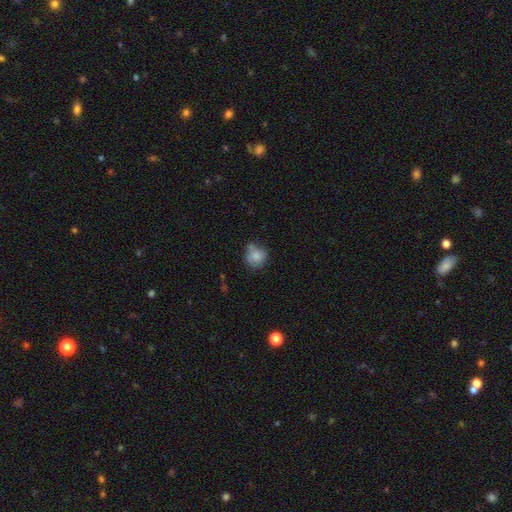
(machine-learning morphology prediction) The model was most divided on "merging": none: 54%, minor disturbance: 26%, merger: 13%, major disturbance: 7%. More confident: how rounded — round (81%); smooth or featured — smooth (77%).